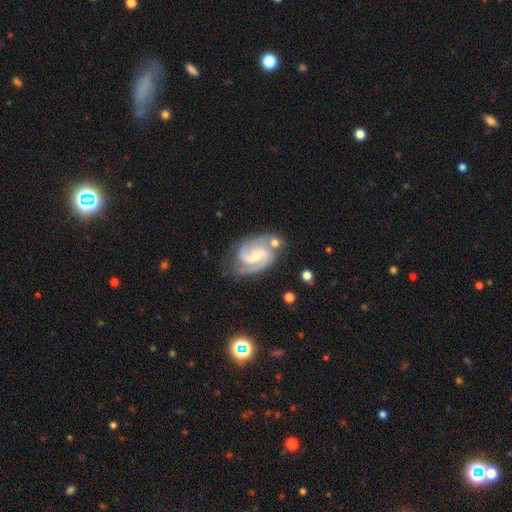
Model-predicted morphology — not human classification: Q: Smooth or featured?
A: featured or disk (88%); runner-up: smooth (7%)
Q: Edge-on disk?
A: no (97%); runner-up: yes (3%)
Q: Bar?
A: weak (52%); runner-up: no (32%)
Q: Spiral arms?
A: yes (98%); runner-up: no (2%)
Q: Spiral winding?
A: medium (58%); runner-up: tight (25%)
Q: Spiral arm count?
A: 2 (80%); runner-up: 3 (10%)
Q: Bulge size?
A: small (53%); runner-up: moderate (40%)
Q: Merging?
A: none (62%); runner-up: minor disturbance (20%)